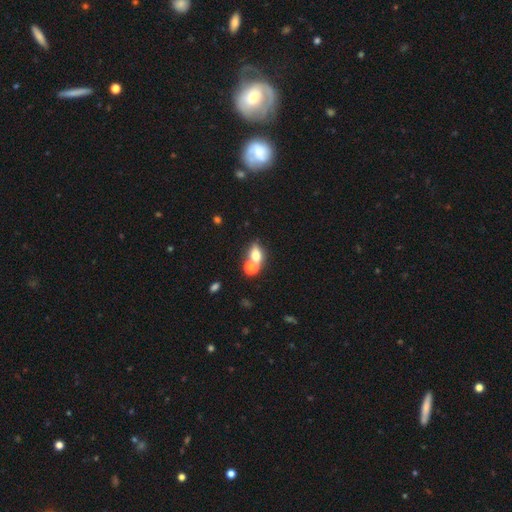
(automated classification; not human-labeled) Smooth or featured? Predicted: smooth (p=0.69). How rounded? Predicted: in between (p=0.66). Merging? Predicted: merger (p=0.42).